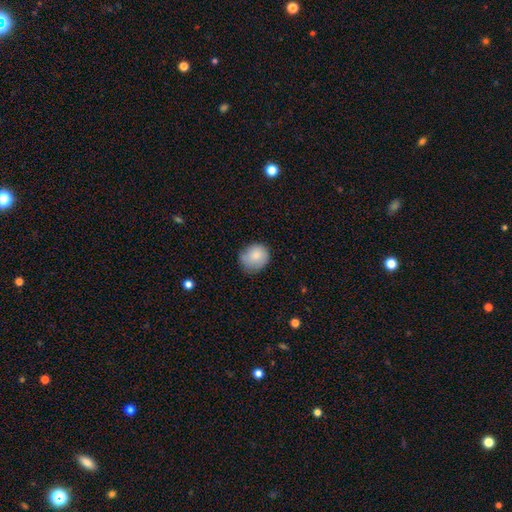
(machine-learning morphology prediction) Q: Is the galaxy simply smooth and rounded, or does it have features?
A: smooth — 81%.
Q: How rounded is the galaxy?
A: round — 78%.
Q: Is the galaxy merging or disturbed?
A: none — 66%.